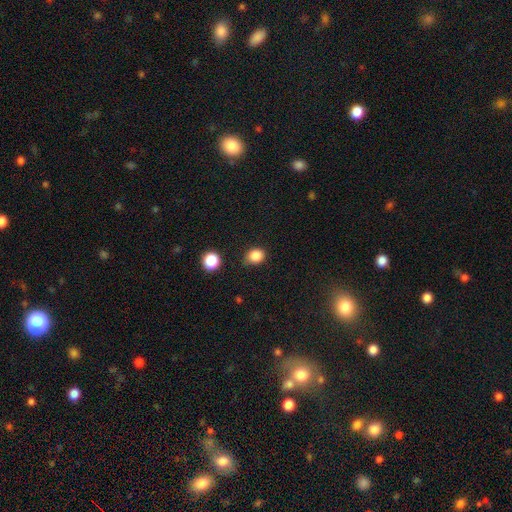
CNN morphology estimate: smooth_or_featured: smooth (p=0.85) [alt: star or artifact p=0.11]
how_rounded: round (p=0.64) [alt: in between p=0.35]
merging: none (p=0.73) [alt: minor disturbance p=0.21]